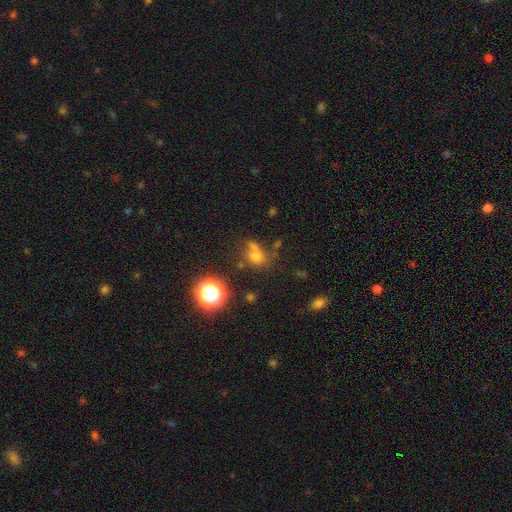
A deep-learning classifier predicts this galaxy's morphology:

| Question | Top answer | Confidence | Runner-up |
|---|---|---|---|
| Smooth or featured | smooth | 65% | star or artifact (24%) |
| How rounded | round | 69% | in between (30%) |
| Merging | none | 50% | merger (25%) |